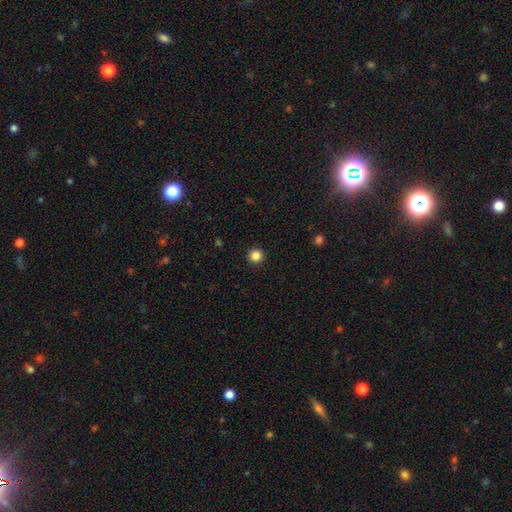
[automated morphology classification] smooth-or-featured: smooth: 85% | star or artifact: 12% | featured or disk: 4%
  how-rounded: round: 96% | in between: 3% | cigar-shaped: 1%
  merging: none: 93% | minor disturbance: 4% | major disturbance: 2% | merger: 1%